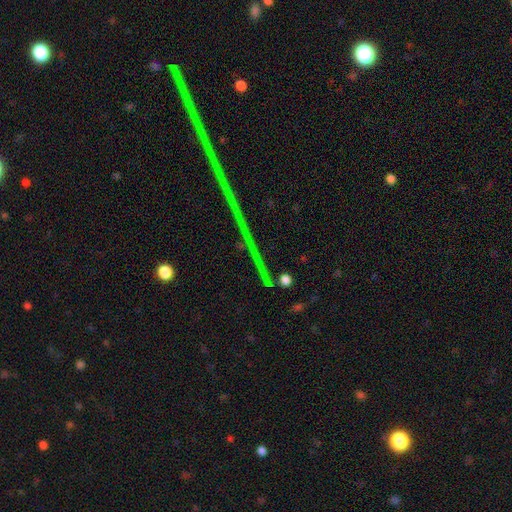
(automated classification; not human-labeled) The model was most divided on "smooth or featured": star or artifact: 78%, featured or disk: 13%, smooth: 9%.